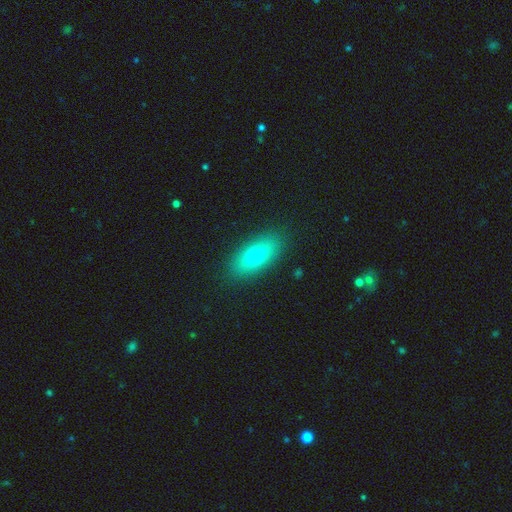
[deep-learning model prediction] This appears to be a smooth galaxy with no disk features (71%) that is in between round and cigar-shaped (77%). Merging: none (88%).